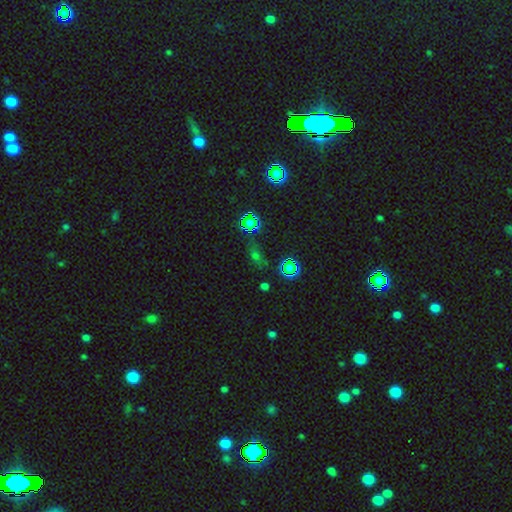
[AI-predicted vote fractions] The model was most divided on "smooth or featured": star or artifact: 54%, smooth: 35%, featured or disk: 11%.